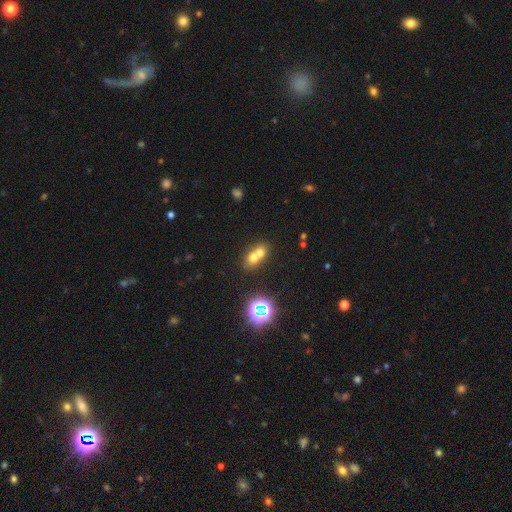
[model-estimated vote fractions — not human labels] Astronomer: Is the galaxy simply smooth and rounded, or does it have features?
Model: smooth — 61%.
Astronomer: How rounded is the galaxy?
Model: round — 60% (runner-up: in between, 39%).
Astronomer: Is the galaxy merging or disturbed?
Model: merger — 66%.